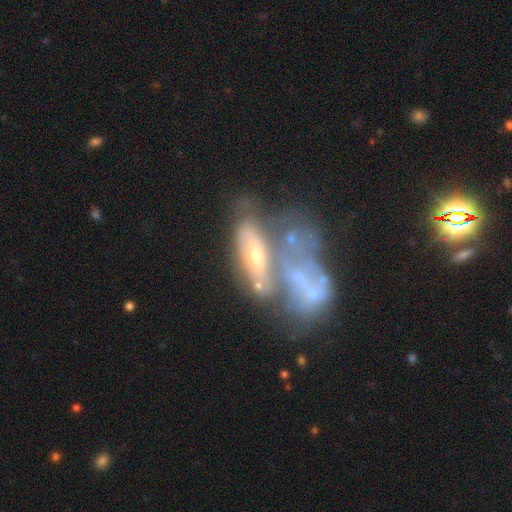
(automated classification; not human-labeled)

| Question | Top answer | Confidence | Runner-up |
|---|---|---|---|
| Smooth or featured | featured or disk | 57% | smooth (33%) |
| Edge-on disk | no | 80% | yes (20%) |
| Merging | merger | 56% | none (17%) |